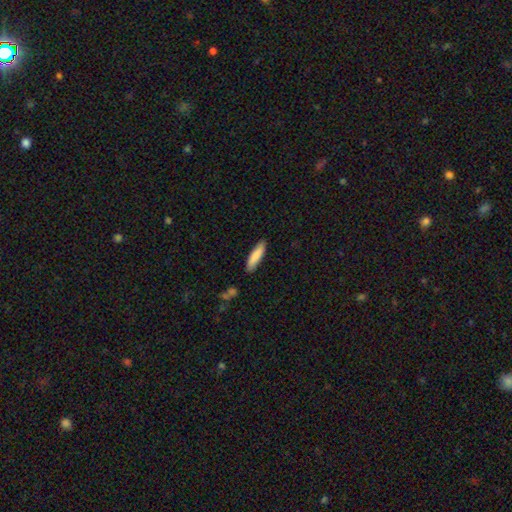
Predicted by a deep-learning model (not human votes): smooth-or-featured: smooth: 86% | featured or disk: 9% | star or artifact: 6%
  how-rounded: cigar-shaped: 70% | in between: 29% | round: 1%
  merging: none: 86% | minor disturbance: 10% | major disturbance: 2% | merger: 2%